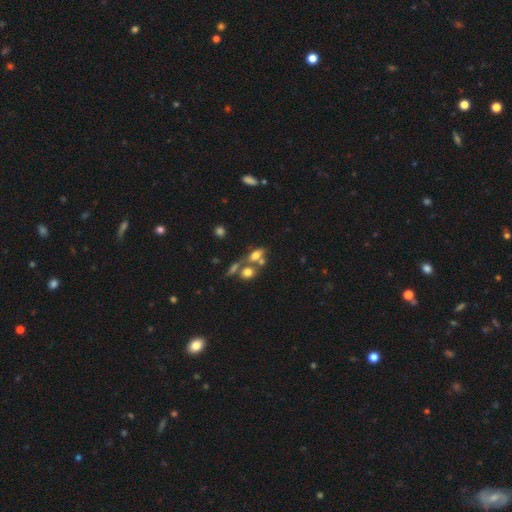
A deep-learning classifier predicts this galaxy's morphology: smooth-or-featured: smooth: 60% | featured or disk: 25% | star or artifact: 15%
  how-rounded: in between: 68% | round: 24% | cigar-shaped: 8%
  merging: merger: 45% | none: 36% | minor disturbance: 11% | major disturbance: 8%